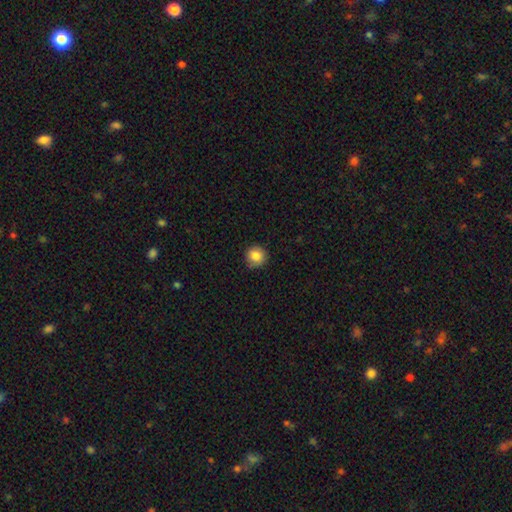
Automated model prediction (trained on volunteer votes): Morphology: type=smooth (85%); roundness=round (93%); merging=none (87%).